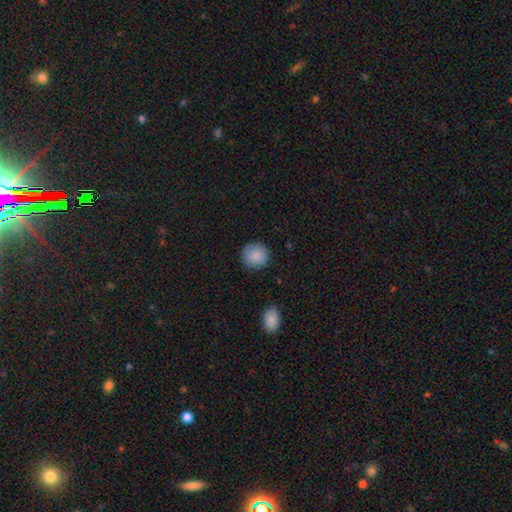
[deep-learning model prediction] smooth 88%, star or artifact 7%, featured or disk 5%. Down the decision tree: how rounded — round (93%); merging — none (88%).